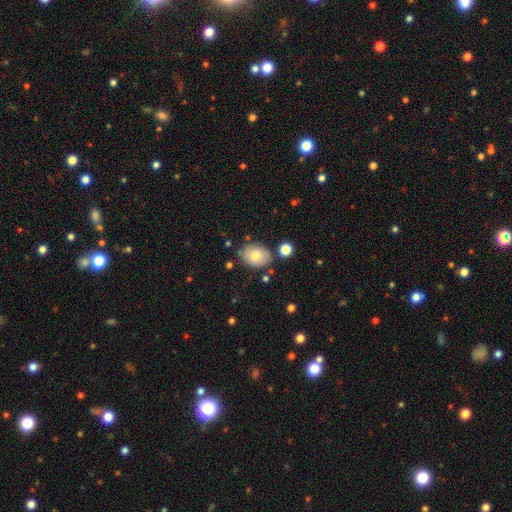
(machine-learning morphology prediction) smooth 72%, featured or disk 20%, star or artifact 8%. Down the decision tree: how rounded — in between (59%); merging — none (76%).